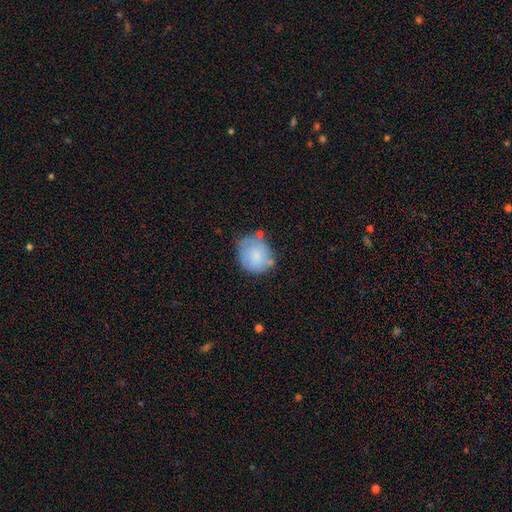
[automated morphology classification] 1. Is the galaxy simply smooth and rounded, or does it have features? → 76% smooth, 17% featured or disk, 7% star or artifact.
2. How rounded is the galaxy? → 71% round, 28% in between, 1% cigar-shaped.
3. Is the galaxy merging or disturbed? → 53% none, 29% minor disturbance, 9% major disturbance, 9% merger.